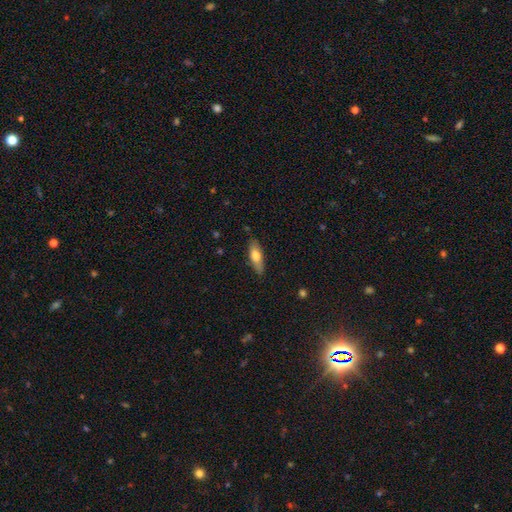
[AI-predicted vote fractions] Smooth or featured? smooth (66%)
How rounded? in between (55%)
Merging? none (82%)